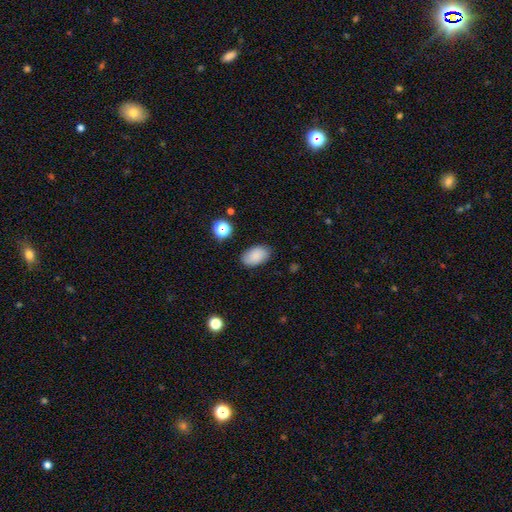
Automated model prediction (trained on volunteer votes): Smooth or featured?
  - smooth: 83% *
  - star or artifact: 9%
  - featured or disk: 8%
How rounded?
  - in between: 91% *
  - round: 8%
  - cigar-shaped: 1%
Merging?
  - none: 83% *
  - minor disturbance: 13%
  - major disturbance: 3%
  - merger: 2%